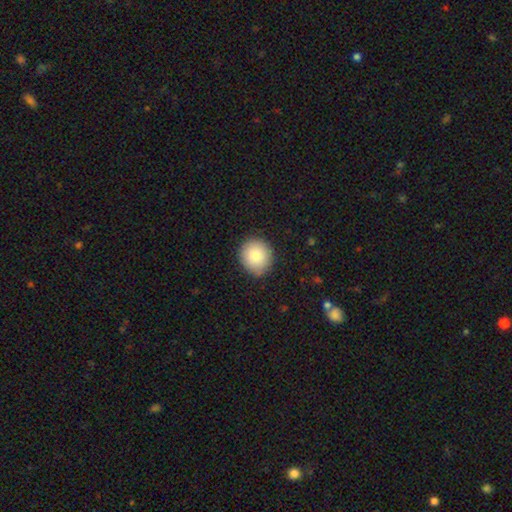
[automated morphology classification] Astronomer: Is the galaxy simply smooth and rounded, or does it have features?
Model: smooth — 83%.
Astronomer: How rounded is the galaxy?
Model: round — 87%.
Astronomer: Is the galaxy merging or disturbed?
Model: none — 87%.